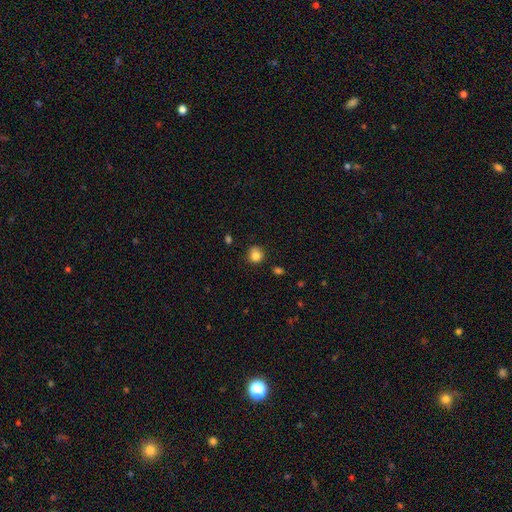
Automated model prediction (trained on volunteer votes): Overall: smooth (83%). How rounded: round (88%). Merging: none (76%).